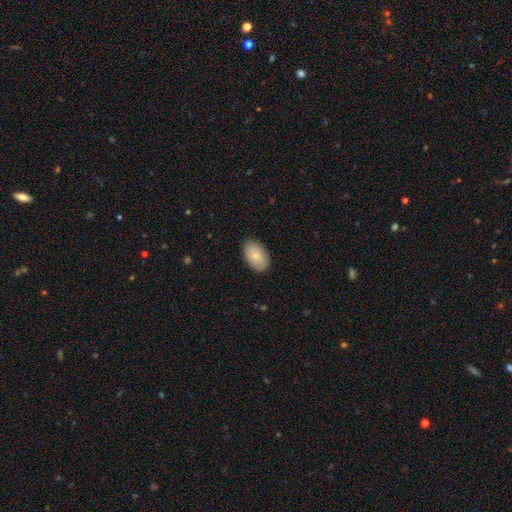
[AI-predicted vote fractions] Smooth or featured? smooth (83%)
How rounded? in between (92%)
Merging? none (86%)